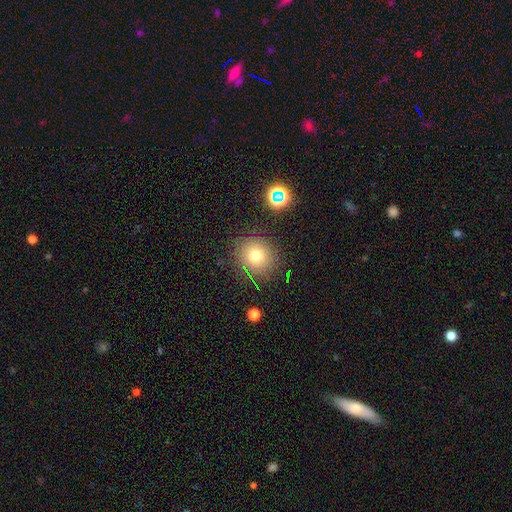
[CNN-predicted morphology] smooth 73%, star or artifact 17%, featured or disk 10%. Down the decision tree: how rounded — round (84%); merging — none (85%).